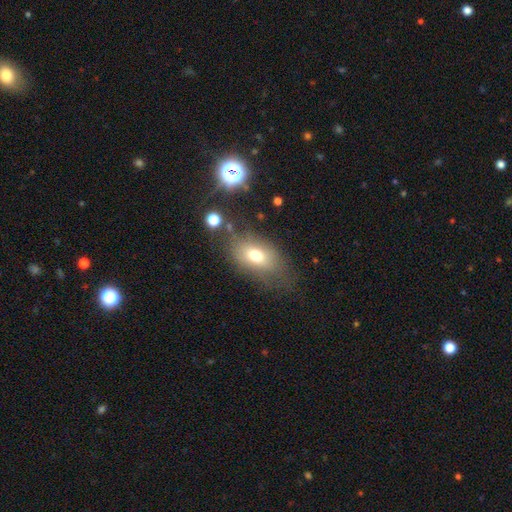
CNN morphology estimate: Smooth or featured: smooth — 69% (featured or disk — 18%)
How rounded: in between — 81% (round — 17%)
Merging: none — 62% (minor disturbance — 21%)